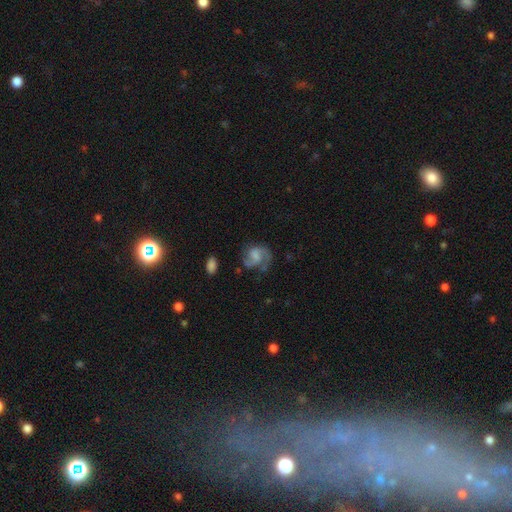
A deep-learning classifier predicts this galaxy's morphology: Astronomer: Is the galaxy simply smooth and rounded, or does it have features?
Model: featured or disk — 72%.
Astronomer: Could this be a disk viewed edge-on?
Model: no — 98%.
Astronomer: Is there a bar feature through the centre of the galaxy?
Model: no — 48% (runner-up: weak, 43%).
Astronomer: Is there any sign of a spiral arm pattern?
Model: yes — 93%.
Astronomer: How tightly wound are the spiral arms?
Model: medium — 50% (runner-up: loose, 26%).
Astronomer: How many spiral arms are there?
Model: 2 — 71%.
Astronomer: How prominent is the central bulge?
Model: none — 33% (runner-up: small, 29%).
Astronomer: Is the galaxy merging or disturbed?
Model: none — 57%.